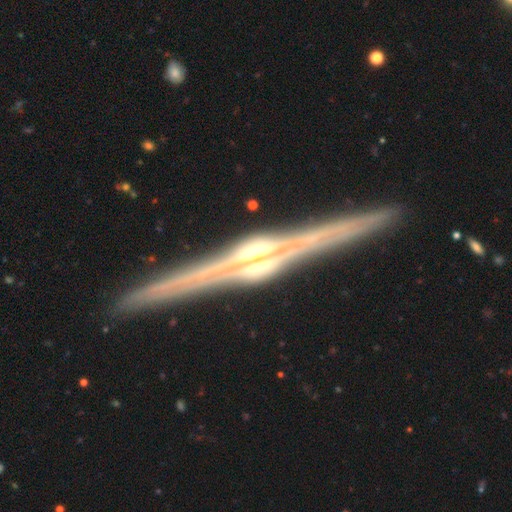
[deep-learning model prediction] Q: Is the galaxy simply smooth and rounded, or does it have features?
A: featured or disk — 91%.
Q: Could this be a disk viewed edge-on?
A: yes — 98%.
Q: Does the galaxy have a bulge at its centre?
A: rounded — 65%.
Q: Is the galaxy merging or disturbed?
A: none — 92%.